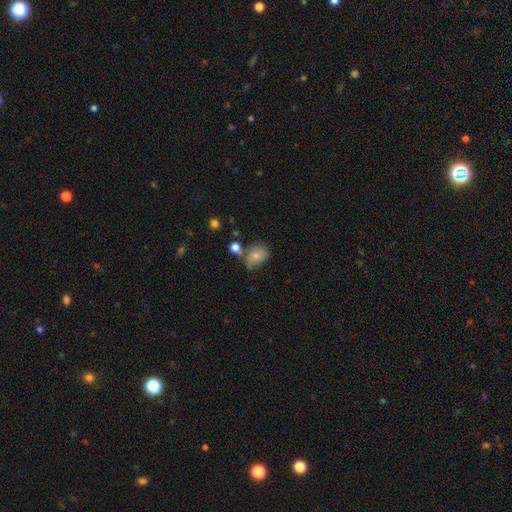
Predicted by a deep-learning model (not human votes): Overall: smooth (69%). How rounded: in between (71%). Merging: none (40%; minor disturbance 31%).